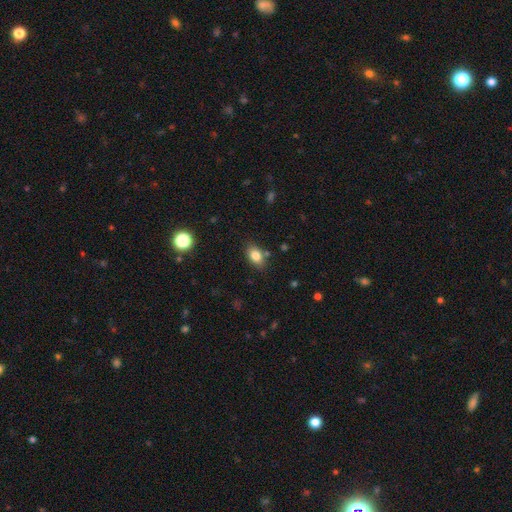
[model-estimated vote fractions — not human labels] This appears to be a smooth galaxy with no disk features (82%) that is in between round and cigar-shaped (85%). Merging: none (81%).